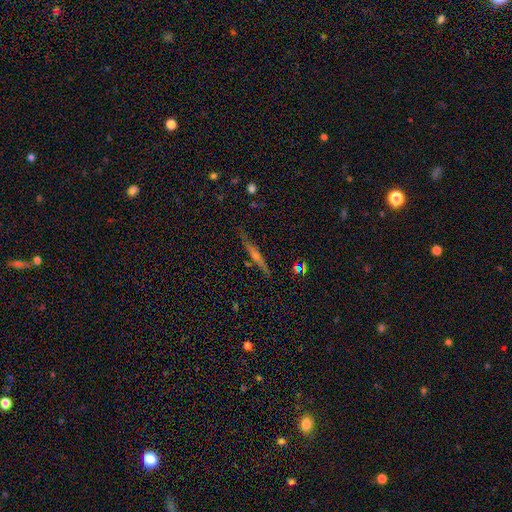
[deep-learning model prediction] Smooth or featured? featured or disk (68%)
Edge-on disk? yes (96%)
Edge-on bulge? rounded (76%)
Merging? none (85%)